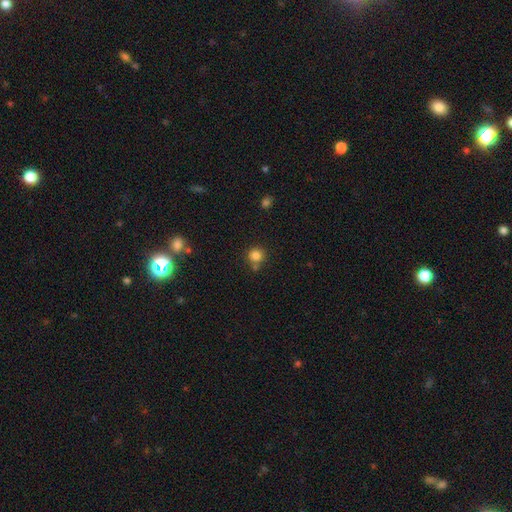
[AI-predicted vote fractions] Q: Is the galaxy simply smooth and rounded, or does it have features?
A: smooth — 81%.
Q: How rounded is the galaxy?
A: round — 92%.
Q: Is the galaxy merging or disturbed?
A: none — 69%.